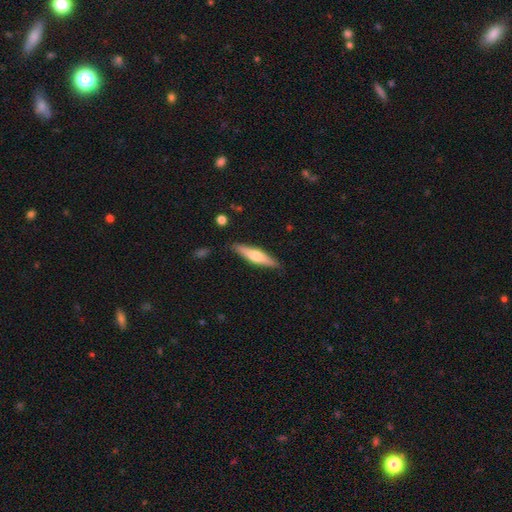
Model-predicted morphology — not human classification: featured or disk 49%, smooth 45%, star or artifact 5%. Down the decision tree: merging — none (88%).